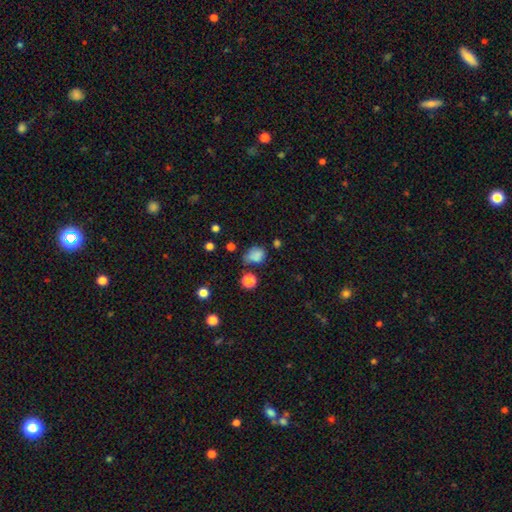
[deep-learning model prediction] Q: Smooth or featured?
A: smooth (76%); runner-up: star or artifact (16%)
Q: How rounded?
A: in between (56%); runner-up: round (43%)
Q: Merging?
A: none (44%); runner-up: minor disturbance (30%)